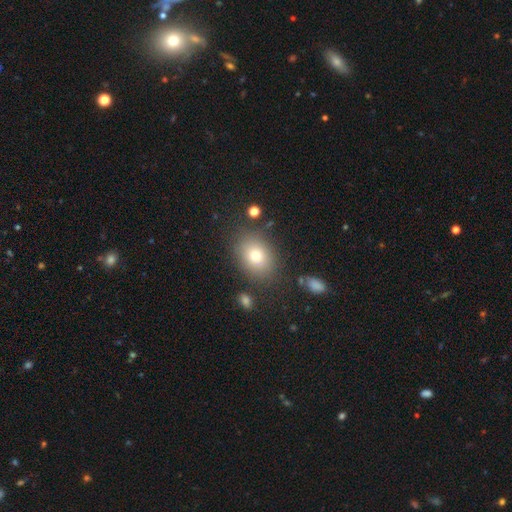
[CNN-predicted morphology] Smooth or featured: smooth — 75% (featured or disk — 13%)
How rounded: in between — 62% (round — 36%)
Merging: none — 81% (minor disturbance — 11%)